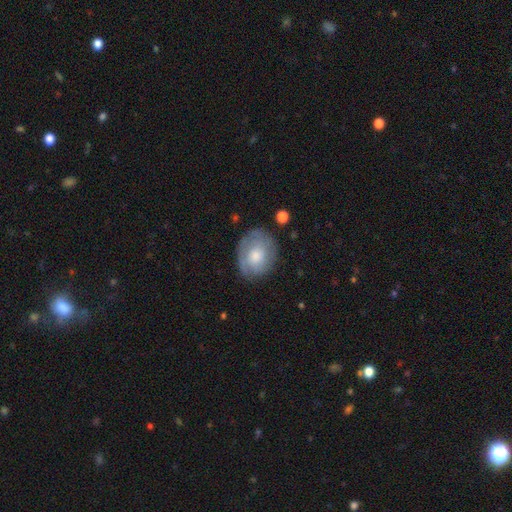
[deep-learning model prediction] Smooth or featured? smooth (52%)
How rounded? round (51%)
Merging? none (73%)